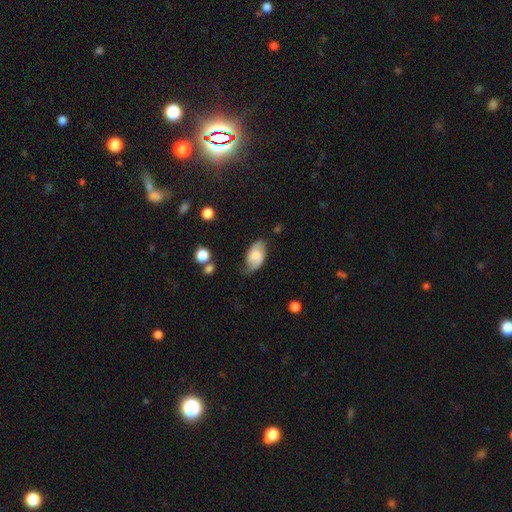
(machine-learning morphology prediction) featured or disk 46% (tied), smooth 46% (tied), star or artifact 8%. Down the decision tree: merging — none (61%).